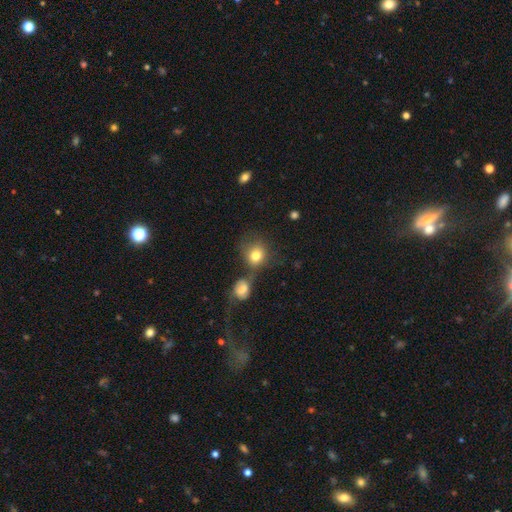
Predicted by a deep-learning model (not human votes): Smooth or featured?
  - smooth: 79% *
  - featured or disk: 11%
  - star or artifact: 10%
How rounded?
  - round: 77% *
  - in between: 22%
  - cigar-shaped: 1%
Merging?
  - none: 46% *
  - merger: 30%
  - minor disturbance: 14%
  - major disturbance: 10%